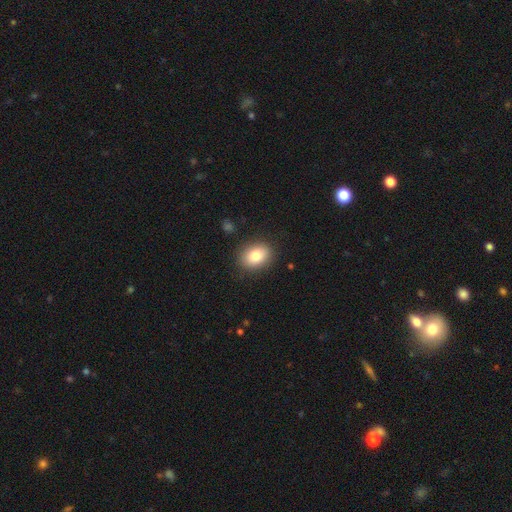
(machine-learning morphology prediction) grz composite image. It shows a smooth galaxy with no disk features (83%) that is in between round and cigar-shaped (63%). Merging: none (87%).